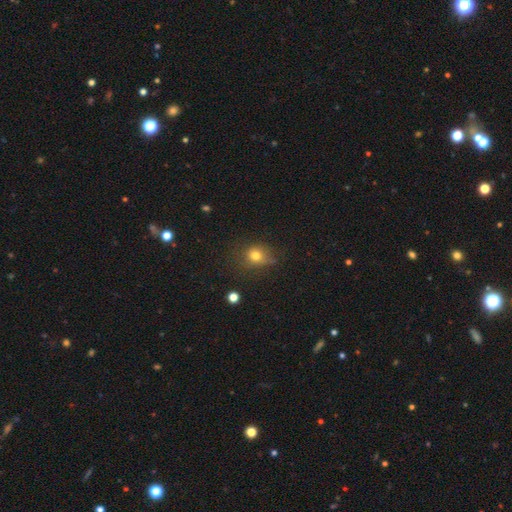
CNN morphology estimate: smooth_or_featured: smooth (p=0.75) [alt: star or artifact p=0.15]
how_rounded: round (p=0.71) [alt: in between p=0.28]
merging: none (p=0.59) [alt: minor disturbance p=0.27]